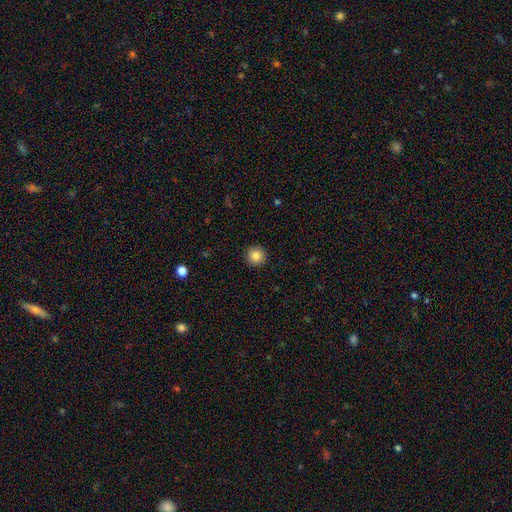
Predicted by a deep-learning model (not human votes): Overall: smooth (86%). How rounded: round (95%). Merging: none (93%).